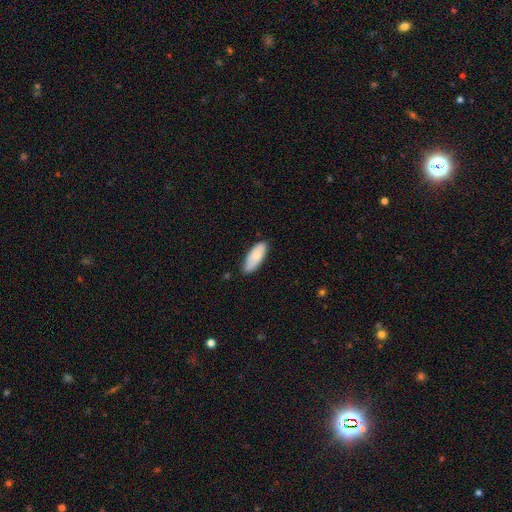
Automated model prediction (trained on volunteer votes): Q: Smooth or featured?
A: smooth (78%); runner-up: featured or disk (17%)
Q: How rounded?
A: in between (77%); runner-up: cigar-shaped (21%)
Q: Merging?
A: none (76%); runner-up: minor disturbance (20%)